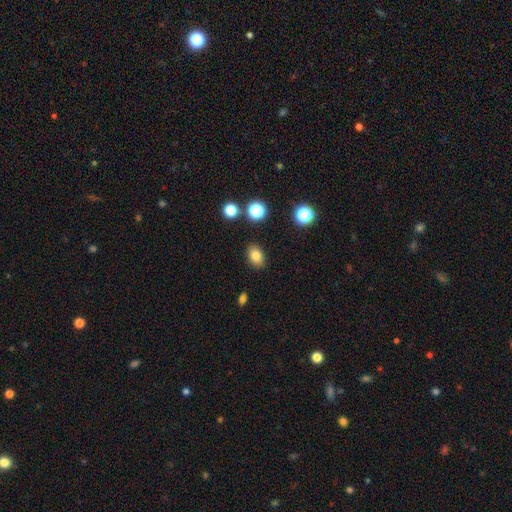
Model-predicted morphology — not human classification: This appears to be a smooth galaxy with no disk features (81%) that is in between round and cigar-shaped (78%). Merging: none (87%).